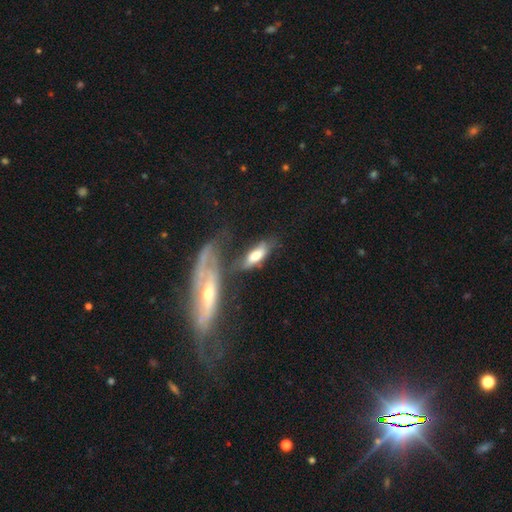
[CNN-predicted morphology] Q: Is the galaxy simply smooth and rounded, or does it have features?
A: smooth — 59%.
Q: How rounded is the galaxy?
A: in between — 69%.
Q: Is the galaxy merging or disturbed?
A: none — 35%.